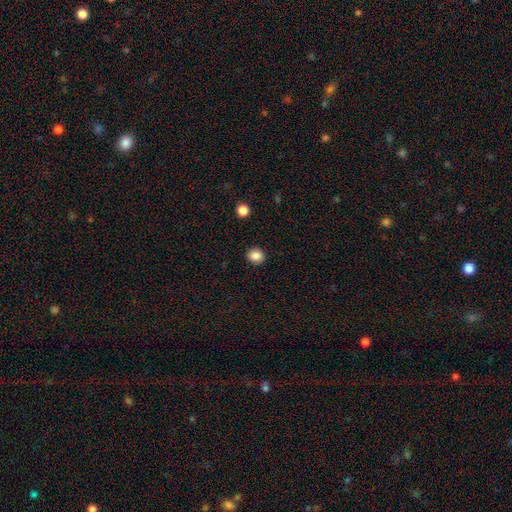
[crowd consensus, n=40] A smooth galaxy with no disk features (85%) that is round (88%). Merging: none (89%).